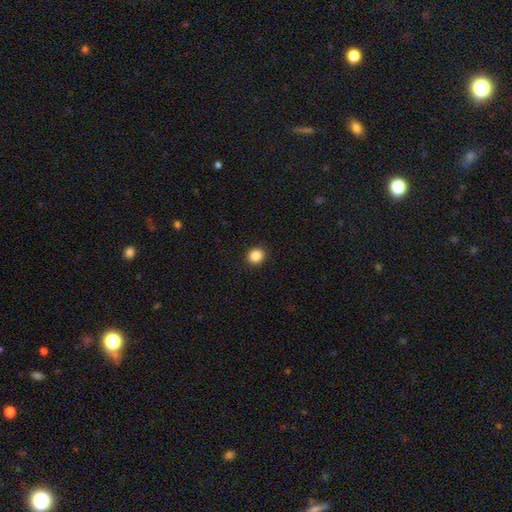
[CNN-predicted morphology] Smooth or featured? Predicted: smooth (p=0.86). How rounded? Predicted: round (p=0.80). Merging? Predicted: none (p=0.92).